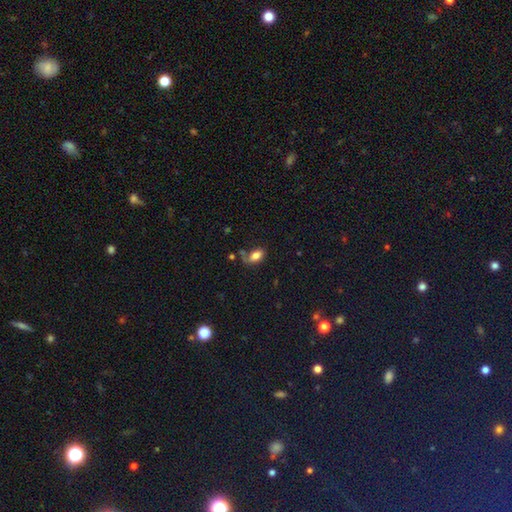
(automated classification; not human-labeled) Q: Smooth or featured?
A: smooth (80%); runner-up: featured or disk (11%)
Q: How rounded?
A: in between (89%); runner-up: round (6%)
Q: Merging?
A: none (58%); runner-up: minor disturbance (23%)